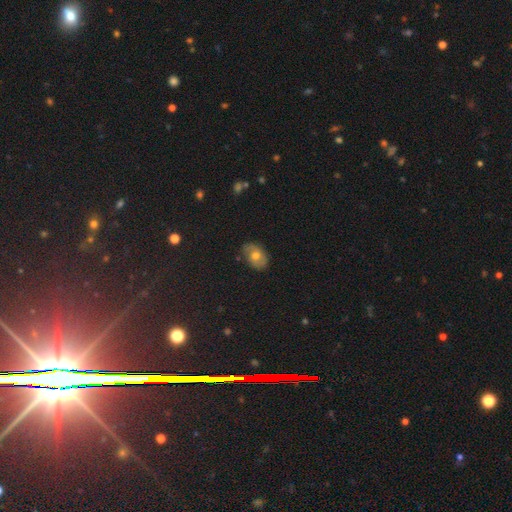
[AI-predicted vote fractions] Smooth or featured? smooth (55%)
How rounded? in between (80%)
Merging? none (77%)